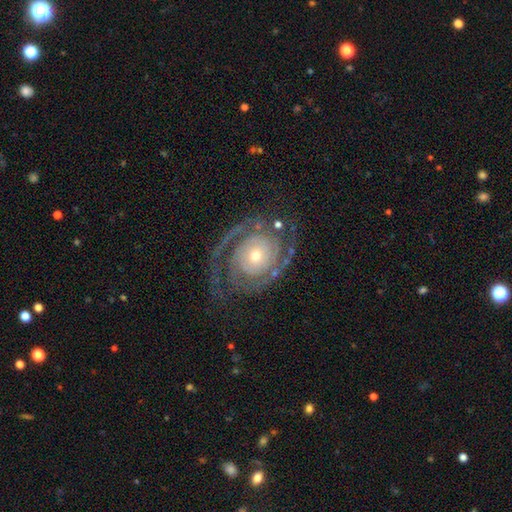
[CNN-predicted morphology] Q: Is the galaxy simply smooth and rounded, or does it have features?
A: featured or disk — 89%.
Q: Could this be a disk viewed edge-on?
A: no — 97%.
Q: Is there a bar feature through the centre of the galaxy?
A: no — 77%.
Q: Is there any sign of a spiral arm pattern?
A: yes — 96%.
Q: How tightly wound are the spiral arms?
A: tight — 65%.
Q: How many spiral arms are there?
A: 2 — 78%.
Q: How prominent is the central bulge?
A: small — 58%.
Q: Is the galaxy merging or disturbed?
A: none — 74%.